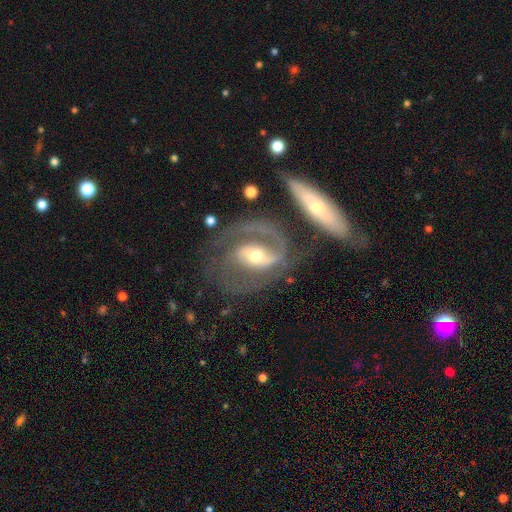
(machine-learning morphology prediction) A featured or disk galaxy (86%) with a strong bar (38%, tied with weak), 2 (72%) medium (50%) spiral arms (93%) and a moderate central bulge (61%).

Vote fractions:
- Smooth or featured? featured or disk: 86% / smooth: 9% / star or artifact: 5%
- Edge-on disk? no: 95% / yes: 5%
- Bar? strong: 38% (tied) / weak: 38% (tied) / no: 24%
- Spiral arms? yes: 93% / no: 7%
- Spiral winding? medium: 50% / tight: 33% / loose: 17%
- Spiral arm count? 2: 72% / 1: 16% / can't tell: 6% / 3: 3% / 4: 1% / more than 4: 1%
- Bulge size? moderate: 61% / small: 31% / large: 5% / none: 1% / dominant: 1%
- Merging? none: 52% / minor disturbance: 17% / major disturbance: 16% / merger: 15%